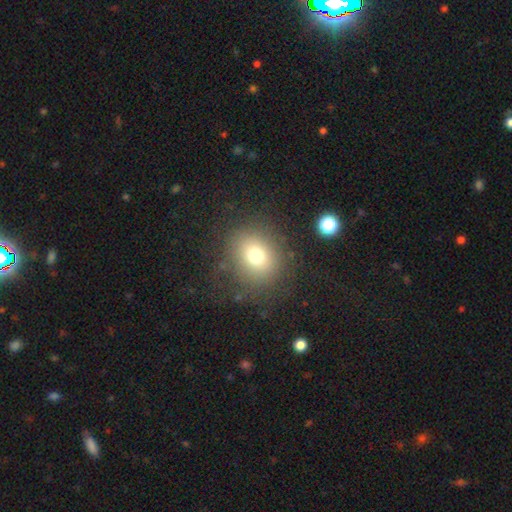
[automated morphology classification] Smooth or featured?
  - smooth: 73% *
  - star or artifact: 15%
  - featured or disk: 12%
How rounded?
  - round: 74% *
  - in between: 25%
  - cigar-shaped: 1%
Merging?
  - none: 79% *
  - minor disturbance: 12%
  - major disturbance: 8%
  - merger: 2%